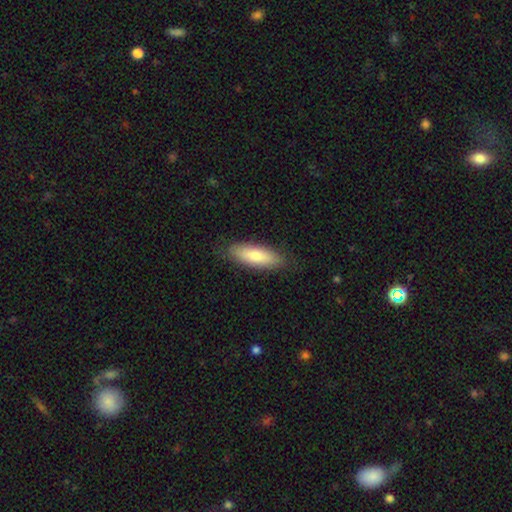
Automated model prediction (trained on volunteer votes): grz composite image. It shows a smooth galaxy with no disk features (76%) that is in between round and cigar-shaped (58%). Merging: none (83%).